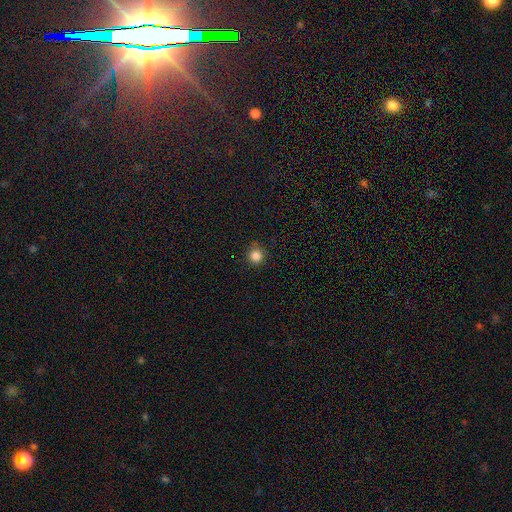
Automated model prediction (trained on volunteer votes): smooth-or-featured: smooth: 84% | star or artifact: 12% | featured or disk: 4%
  how-rounded: round: 93% | in between: 6% | cigar-shaped: 1%
  merging: none: 84% | minor disturbance: 12% | major disturbance: 3% | merger: 1%